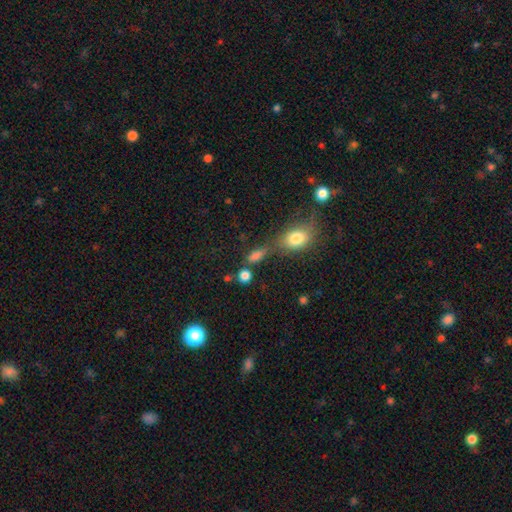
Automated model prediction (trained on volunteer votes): A smooth galaxy with no disk features (79%) that is in between round and cigar-shaped (63%). Merging: none (54%).